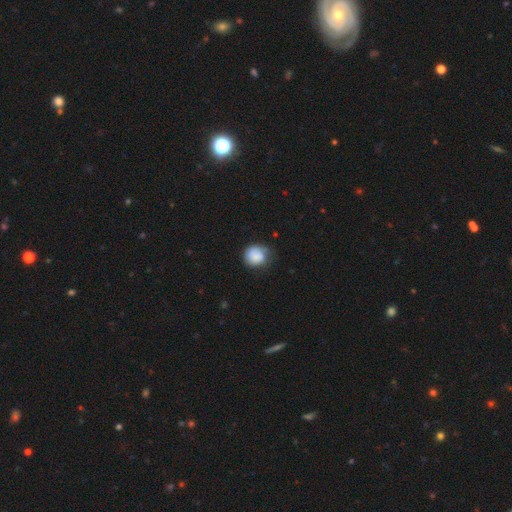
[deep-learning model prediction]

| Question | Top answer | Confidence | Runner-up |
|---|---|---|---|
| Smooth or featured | smooth | 78% | featured or disk (15%) |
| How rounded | round | 80% | in between (20%) |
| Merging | none | 56% | minor disturbance (30%) |